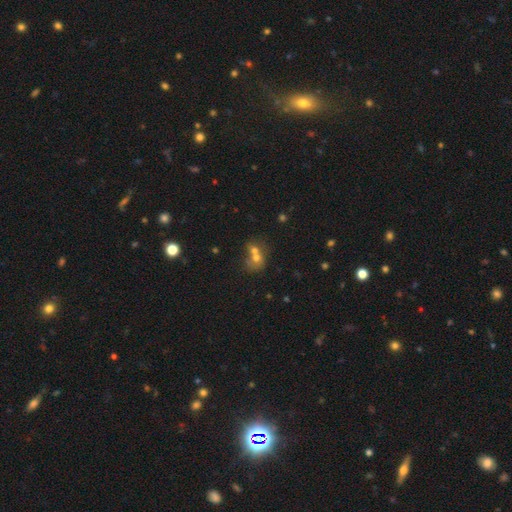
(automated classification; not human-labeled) This is likely a smooth galaxy (60%). How rounded: likely round (62%). Merging: likely merger (67%).